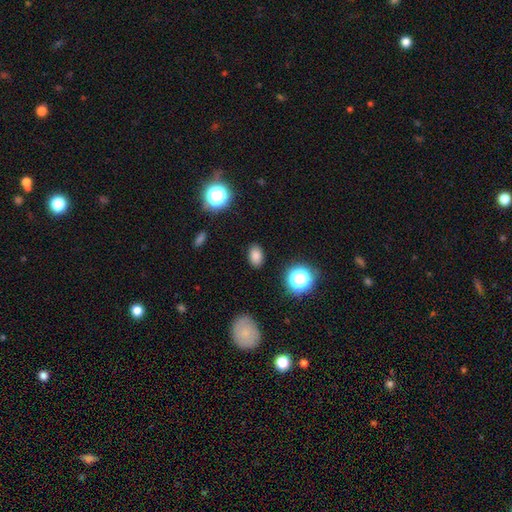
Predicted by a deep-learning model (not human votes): smooth-or-featured: smooth: 81% | star or artifact: 14% | featured or disk: 5%
  how-rounded: in between: 82% | round: 17% | cigar-shaped: 1%
  merging: none: 87% | minor disturbance: 9% | major disturbance: 3% | merger: 1%